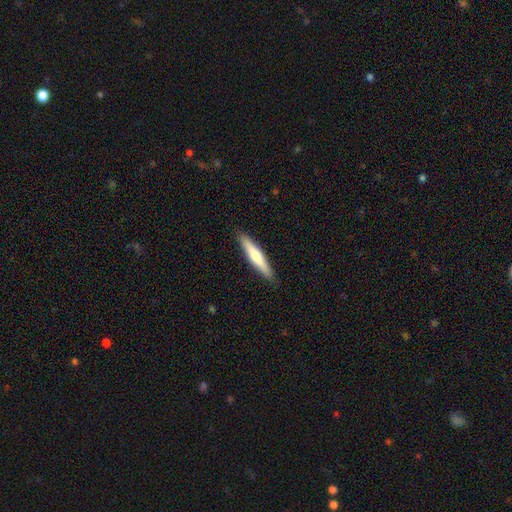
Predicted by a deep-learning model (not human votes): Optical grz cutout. It shows a smooth galaxy with no disk features (54%) that is cigar-shaped (91%). Merging: none (90%).